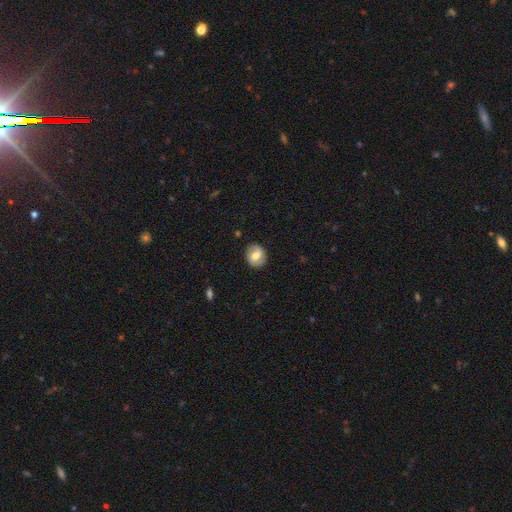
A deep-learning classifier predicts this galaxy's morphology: This is possibly a smooth galaxy (54%). How rounded: likely round (73%). Merging: clearly none (84%).